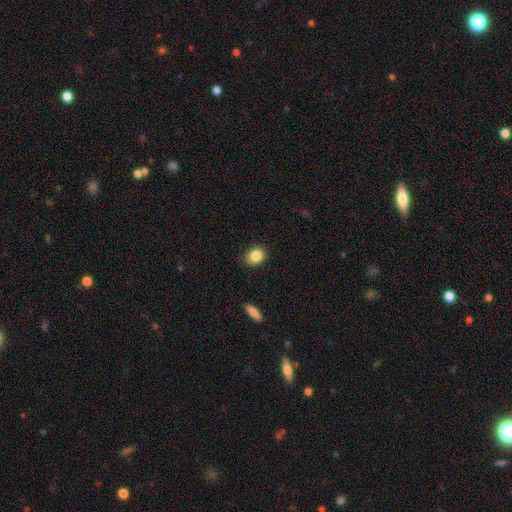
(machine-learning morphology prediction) This is clearly a smooth galaxy (86%). How rounded: possibly in between (50%). Merging: clearly none (83%).